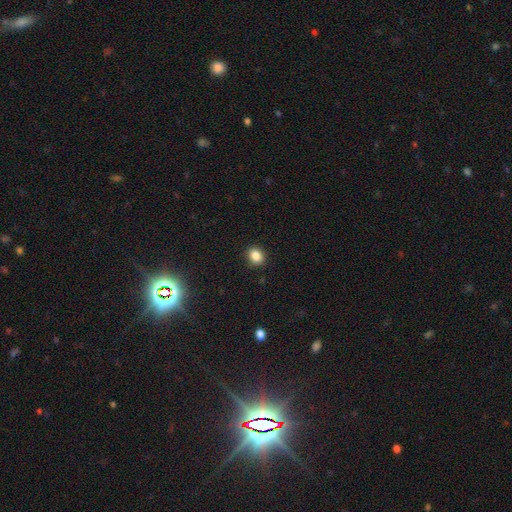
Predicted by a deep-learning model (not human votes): Morphology: type=smooth (85%); roundness=in between (50%); merging=none (90%).